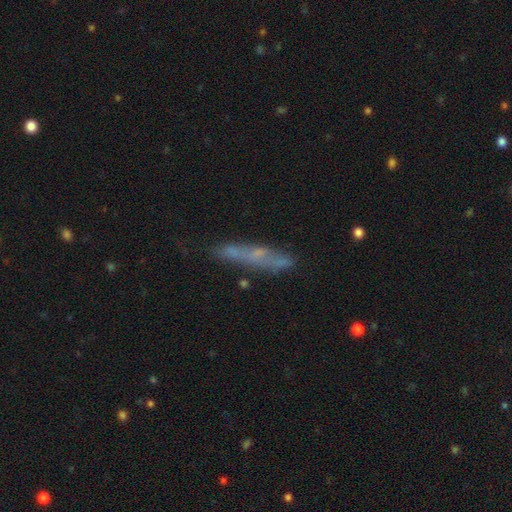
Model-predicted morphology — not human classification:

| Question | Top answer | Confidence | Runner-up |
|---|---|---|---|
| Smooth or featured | smooth | 45% | tied: featured or disk (45%) |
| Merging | none | 67% | minor disturbance (20%) |